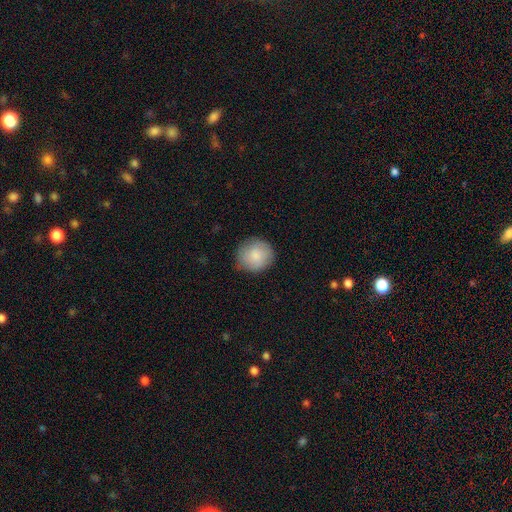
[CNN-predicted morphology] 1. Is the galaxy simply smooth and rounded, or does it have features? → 85% smooth, 8% featured or disk, 6% star or artifact.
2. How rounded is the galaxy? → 90% round, 9% in between, 1% cigar-shaped.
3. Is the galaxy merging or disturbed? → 76% none, 20% minor disturbance, 3% major disturbance, 1% merger.